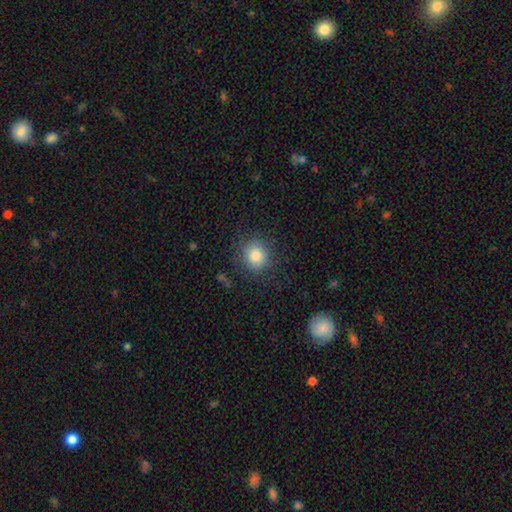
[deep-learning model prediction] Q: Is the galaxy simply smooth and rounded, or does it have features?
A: smooth — 82%.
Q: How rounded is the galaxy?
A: round — 88%.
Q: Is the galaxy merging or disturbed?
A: none — 85%.